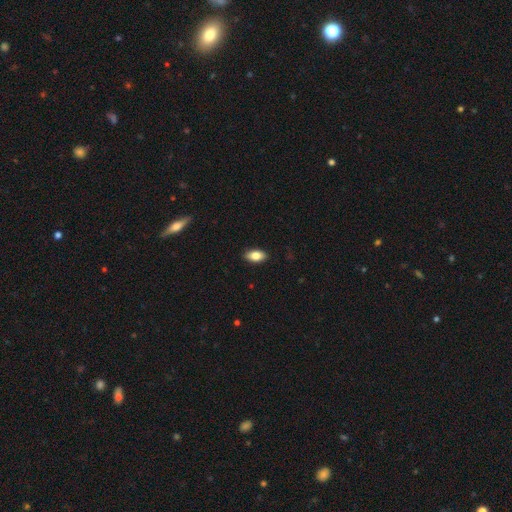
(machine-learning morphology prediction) A smooth galaxy with no disk features (82%) that is in between round and cigar-shaped (91%).

Vote fractions:
- Smooth or featured? smooth: 82% / featured or disk: 11% / star or artifact: 7%
- How rounded? in between: 91% / round: 4% / cigar-shaped: 4%
- Merging? none: 89% / minor disturbance: 8% / major disturbance: 2% / merger: 1%